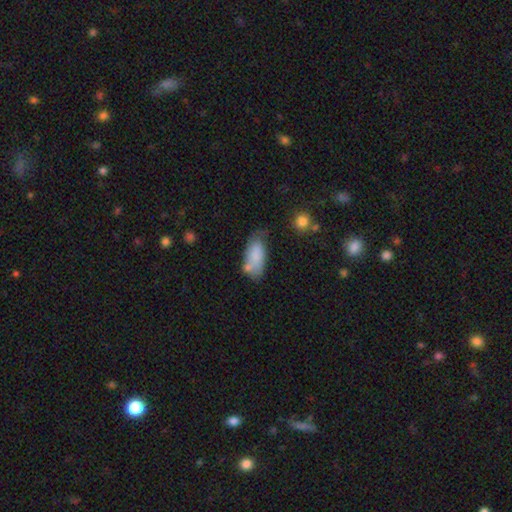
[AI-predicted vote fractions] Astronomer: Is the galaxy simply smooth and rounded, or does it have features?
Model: smooth — 77%.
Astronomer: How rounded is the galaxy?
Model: in between — 88%.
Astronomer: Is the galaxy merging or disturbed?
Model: none — 46% (runner-up: minor disturbance, 29%).